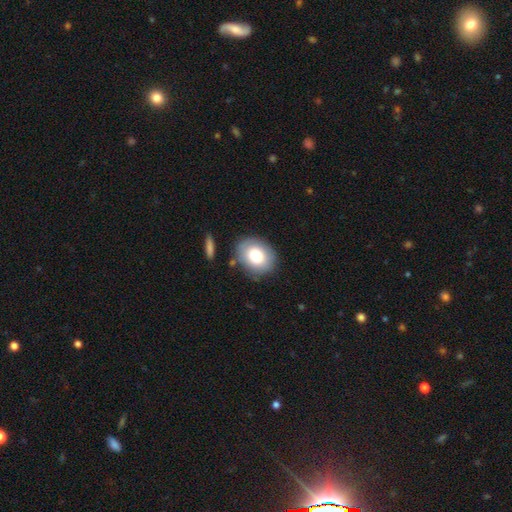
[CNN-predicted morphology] A smooth galaxy with no disk features (78%) that is in between round and cigar-shaped (53%). Merging: none (81%).